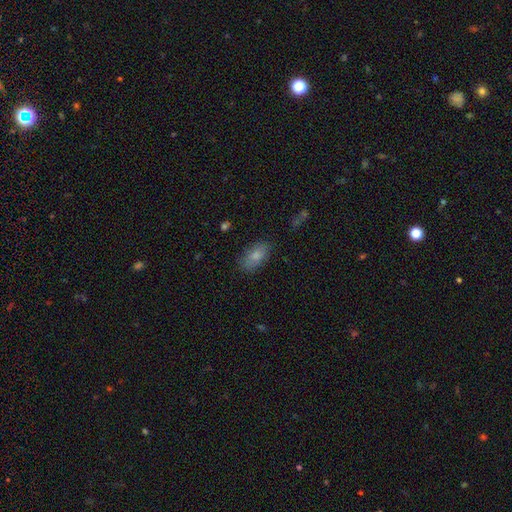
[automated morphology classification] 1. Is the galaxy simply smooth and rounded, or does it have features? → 81% smooth, 12% featured or disk, 7% star or artifact.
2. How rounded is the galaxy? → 90% in between, 6% cigar-shaped, 4% round.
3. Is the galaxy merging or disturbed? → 80% none, 15% minor disturbance, 4% major disturbance, 2% merger.